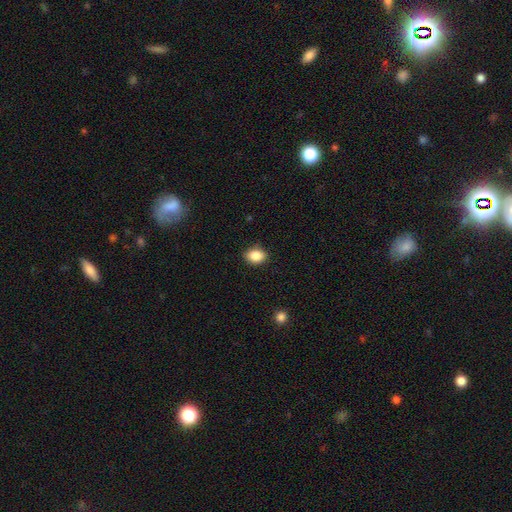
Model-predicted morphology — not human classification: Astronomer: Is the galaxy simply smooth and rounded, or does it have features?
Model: smooth — 86%.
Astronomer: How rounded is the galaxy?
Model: in between — 65%.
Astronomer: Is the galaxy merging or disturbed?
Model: none — 87%.